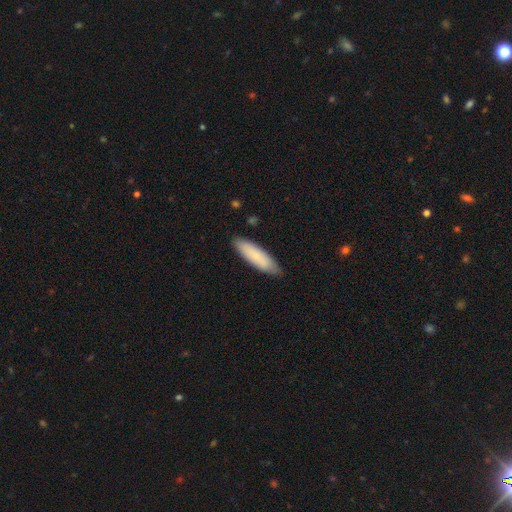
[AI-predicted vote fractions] Smooth or featured: smooth — 83% (featured or disk — 11%)
How rounded: cigar-shaped — 60% (in between — 39%)
Merging: none — 84% (minor disturbance — 13%)